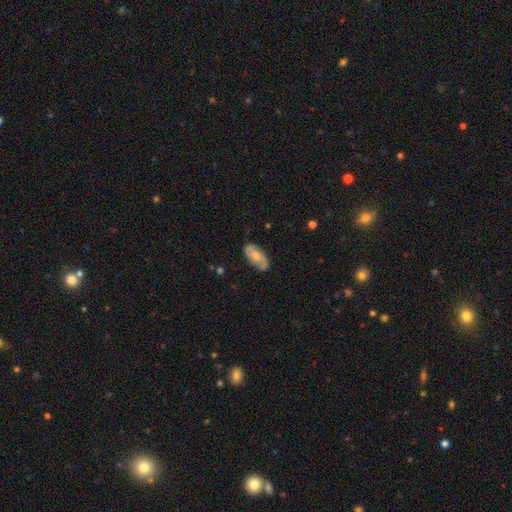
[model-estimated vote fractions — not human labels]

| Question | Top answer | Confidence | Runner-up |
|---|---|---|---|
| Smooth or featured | featured or disk | 61% | smooth (33%) |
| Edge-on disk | no | 94% | yes (6%) |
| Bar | no | 66% | weak (29%) |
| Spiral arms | yes | 88% | no (12%) |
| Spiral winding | medium | 43% | loose (31%) |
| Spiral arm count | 2 | 78% | can't tell (12%) |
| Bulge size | moderate | 52% | small (35%) |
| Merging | none | 71% | minor disturbance (21%) |